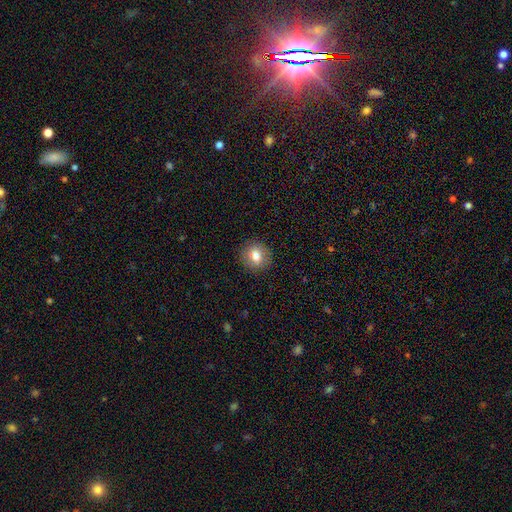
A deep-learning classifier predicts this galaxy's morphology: Overall: smooth (78%). How rounded: round (78%). Merging: none (89%).